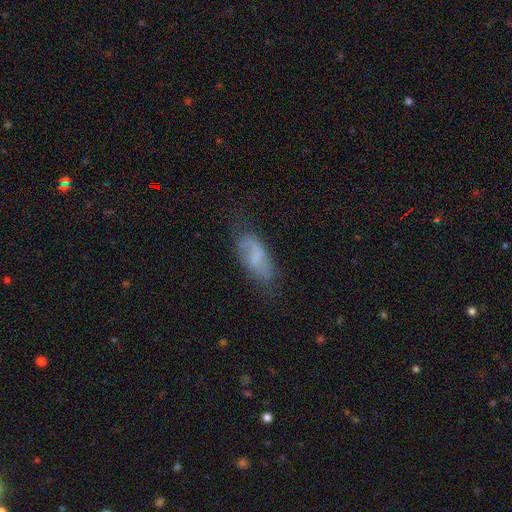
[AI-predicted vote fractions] Smooth or featured: smooth — 58% (featured or disk — 32%)
How rounded: in between — 81% (cigar-shaped — 16%)
Merging: none — 60% (minor disturbance — 27%)